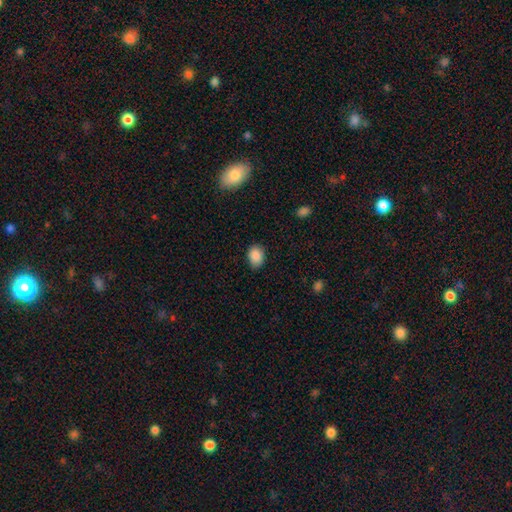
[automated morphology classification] The model was most divided on "how rounded": in between: 67%, round: 32%, cigar-shaped: 1%. More confident: smooth or featured — smooth (88%); merging — none (83%).